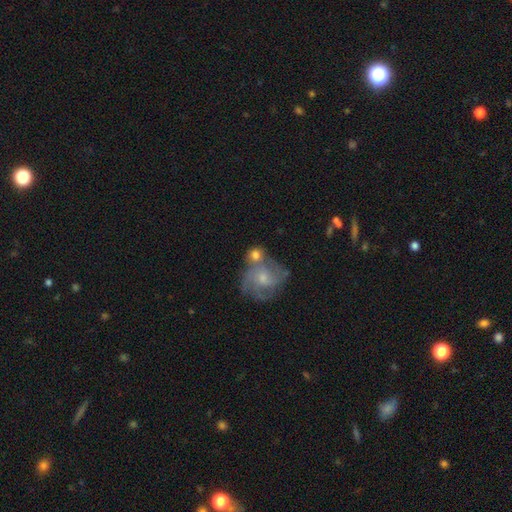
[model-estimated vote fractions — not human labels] smooth-or-featured: smooth: 48% | featured or disk: 44% | star or artifact: 9%
  merging: none: 45% | merger: 34% | minor disturbance: 14% | major disturbance: 7%